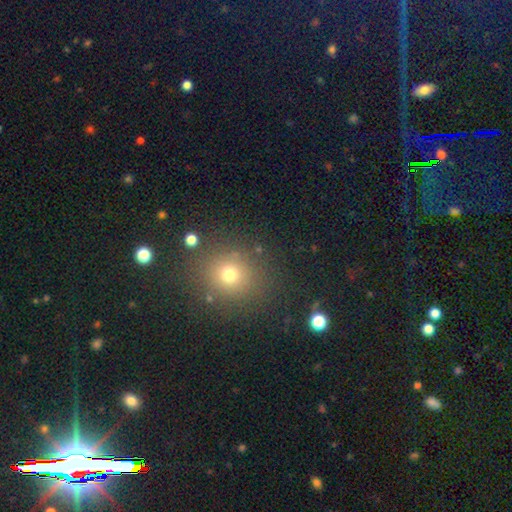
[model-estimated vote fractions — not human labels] Smooth or featured? smooth (56%)
How rounded? round (86%)
Merging? none (88%)